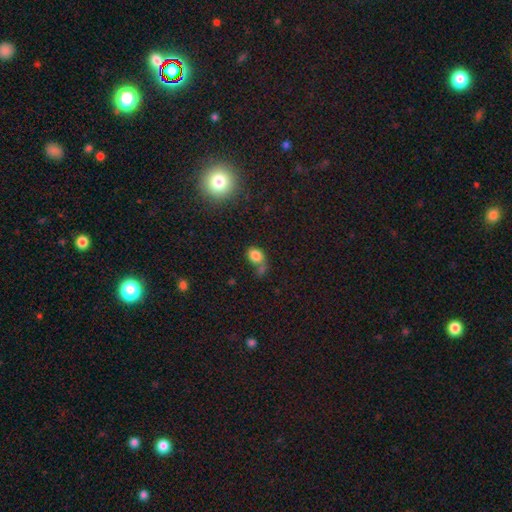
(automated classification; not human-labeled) smooth_or_featured: smooth (p=0.81) [alt: star or artifact p=0.11]
how_rounded: in between (p=0.64) [alt: round p=0.35]
merging: none (p=0.40) [alt: merger p=0.32]